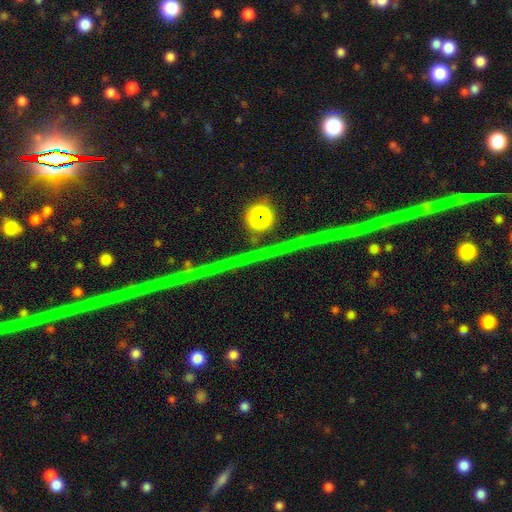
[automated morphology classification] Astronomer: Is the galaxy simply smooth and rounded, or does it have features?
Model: star or artifact — 83%.